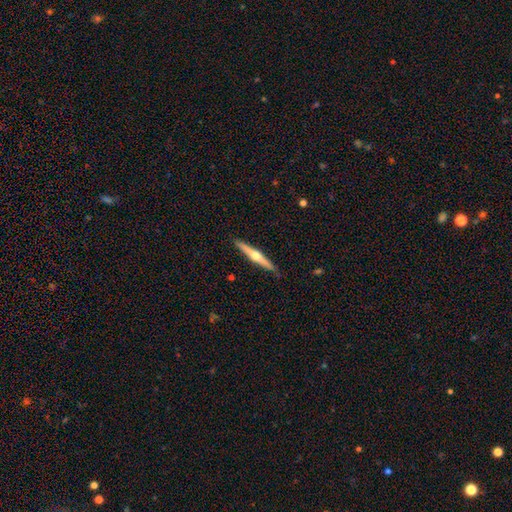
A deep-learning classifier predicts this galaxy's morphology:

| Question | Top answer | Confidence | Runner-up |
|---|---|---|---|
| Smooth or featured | featured or disk | 67% | smooth (28%) |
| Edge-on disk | yes | 98% | no (2%) |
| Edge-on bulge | rounded | 92% | none (5%) |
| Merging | none | 90% | minor disturbance (8%) |